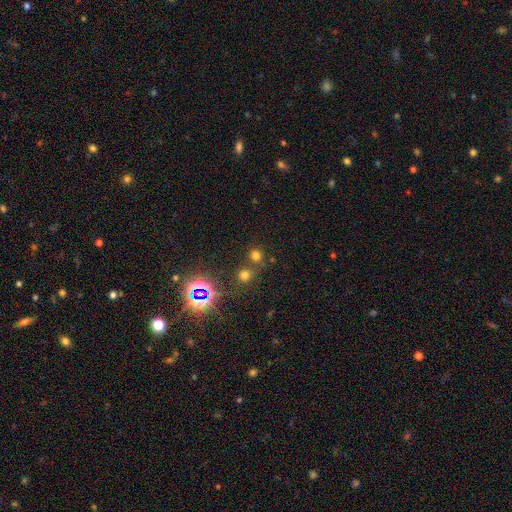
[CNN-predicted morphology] This appears to be a smooth galaxy with no disk features (61%) that is round (87%). Merging: none (68%).